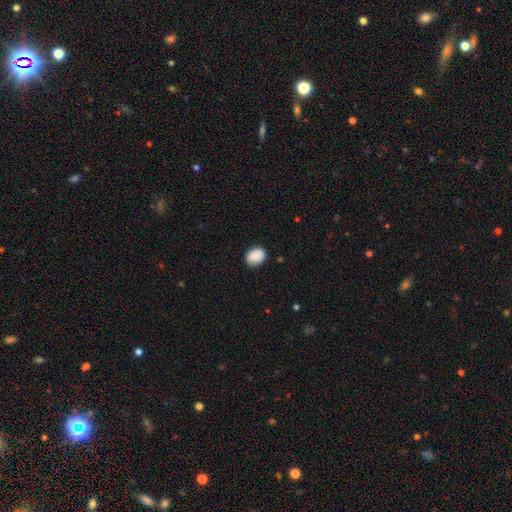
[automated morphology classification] Smooth or featured? Predicted: smooth (p=0.89). How rounded? Predicted: in between (p=0.56). Merging? Predicted: none (p=0.82).